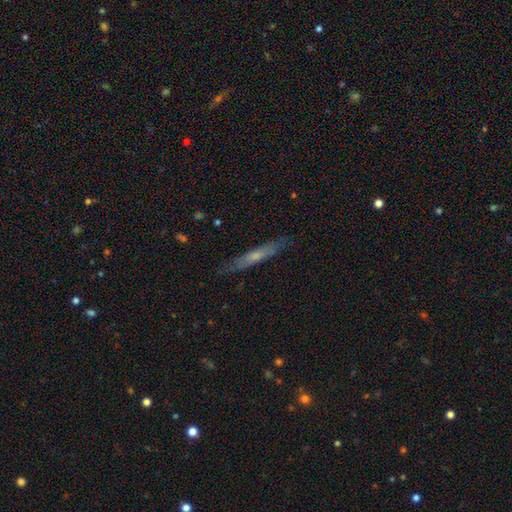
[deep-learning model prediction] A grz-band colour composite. It shows a featured or disk galaxy (48%). Merging: none (83%).